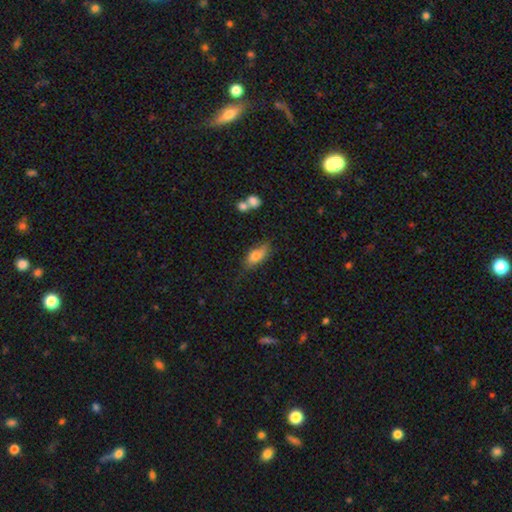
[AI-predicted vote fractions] Morphology: type=smooth (71%); roundness=in between (79%); merging=none (59%).